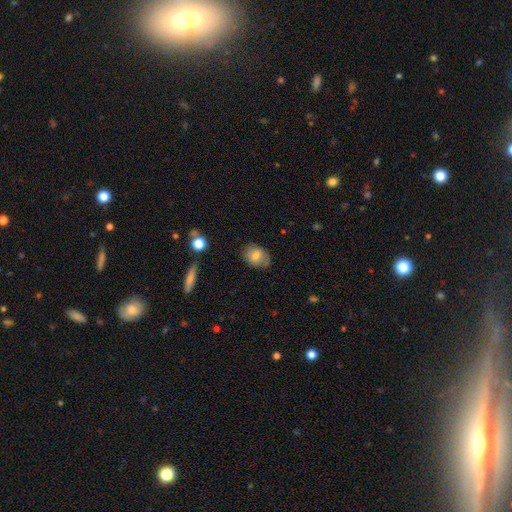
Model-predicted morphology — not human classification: Q: Smooth or featured?
A: smooth (76%); runner-up: featured or disk (16%)
Q: How rounded?
A: in between (62%); runner-up: round (37%)
Q: Merging?
A: none (77%); runner-up: minor disturbance (17%)